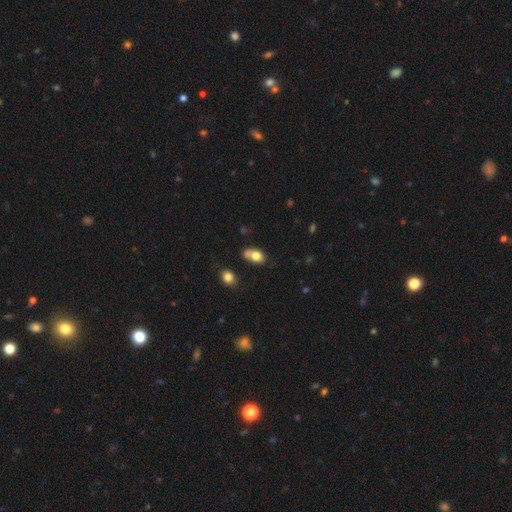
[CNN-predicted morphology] smooth_or_featured: smooth (p=0.78) [alt: featured or disk p=0.11]
how_rounded: in between (p=0.69) [alt: round p=0.29]
merging: none (p=0.38) [alt: merger p=0.33]